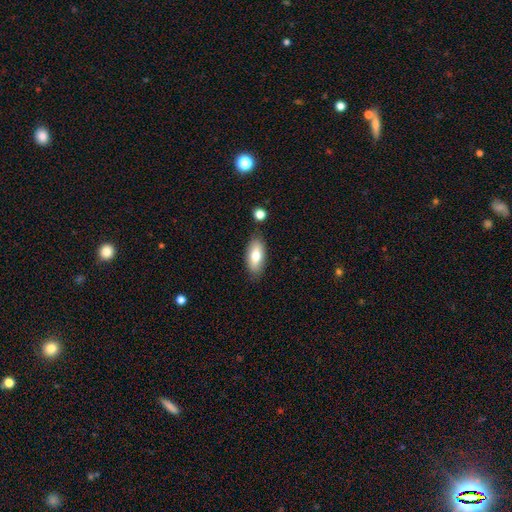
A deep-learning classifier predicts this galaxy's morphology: This appears to be a smooth galaxy with no disk features (74%) that is in between round and cigar-shaped (86%). Merging: none (81%).